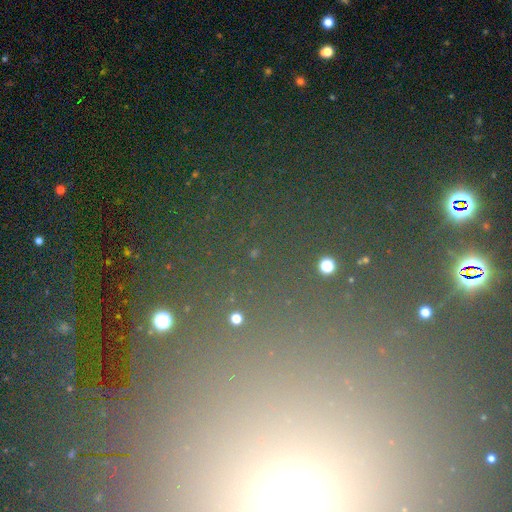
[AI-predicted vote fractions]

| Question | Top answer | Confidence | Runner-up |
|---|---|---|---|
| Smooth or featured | star or artifact | 69% | smooth (21%) |